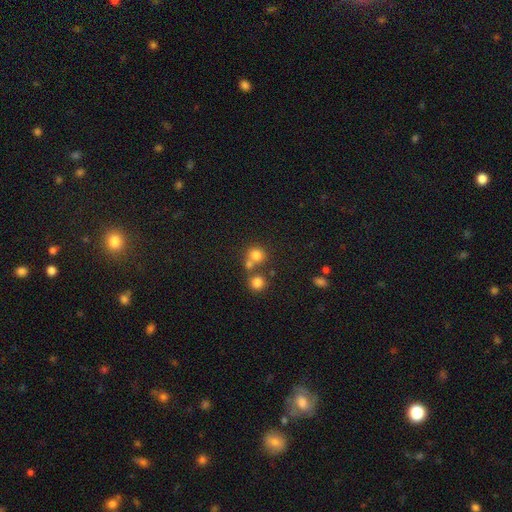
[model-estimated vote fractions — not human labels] Smooth or featured?
  - smooth: 76% *
  - star or artifact: 15%
  - featured or disk: 9%
How rounded?
  - round: 86% *
  - in between: 13%
  - cigar-shaped: 1%
Merging?
  - none: 56% *
  - merger: 33%
  - minor disturbance: 8%
  - major disturbance: 4%